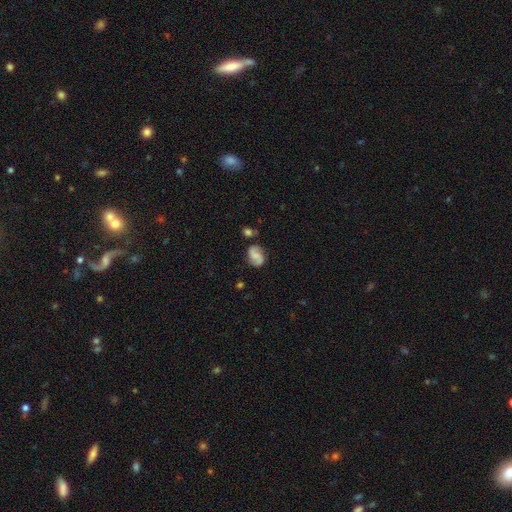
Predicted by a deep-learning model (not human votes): The model was most divided on "bar": no: 45%, weak: 41%, strong: 15%. Remaining: edge-on disk — no (97%); spiral arms — yes (90%); merging — none (70%); smooth or featured — featured or disk (52%); bulge size — small (37%).